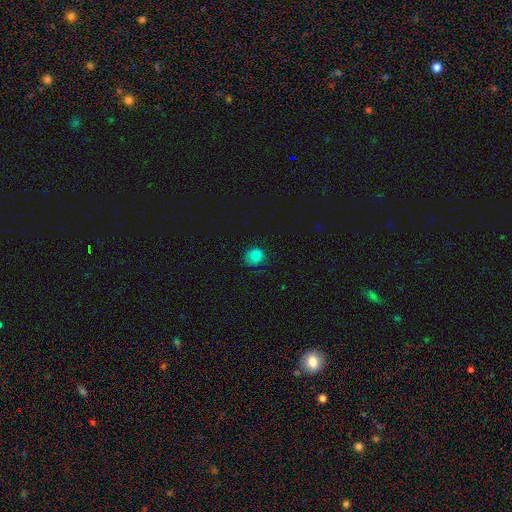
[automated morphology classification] Smooth or featured? Predicted: smooth (p=0.82). How rounded? Predicted: round (p=0.80). Merging? Predicted: none (p=0.71).